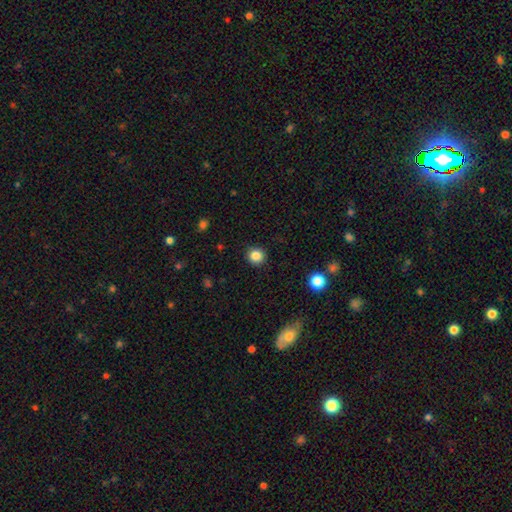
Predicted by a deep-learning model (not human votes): smooth-or-featured: smooth: 85% | star or artifact: 11% | featured or disk: 4%
  how-rounded: round: 93% | in between: 6% | cigar-shaped: 1%
  merging: none: 92% | minor disturbance: 5% | major disturbance: 2% | merger: 1%